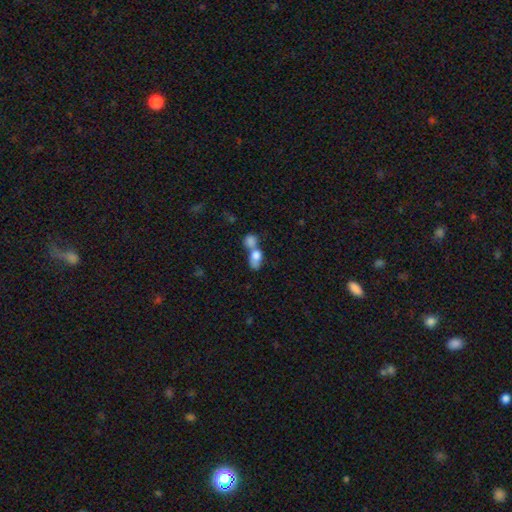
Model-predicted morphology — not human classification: Smooth or featured: smooth — 76% (featured or disk — 16%)
How rounded: in between — 69% (round — 26%)
Merging: merger — 70% (none — 17%)